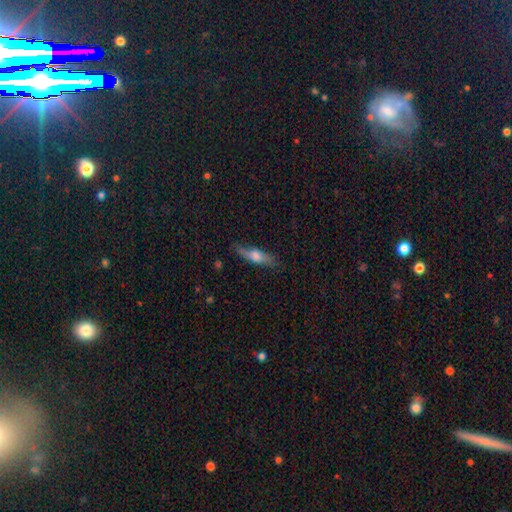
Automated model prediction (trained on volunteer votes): Q: Smooth or featured?
A: smooth (57%); runner-up: featured or disk (37%)
Q: How rounded?
A: cigar-shaped (66%); runner-up: in between (31%)
Q: Merging?
A: none (75%); runner-up: minor disturbance (19%)